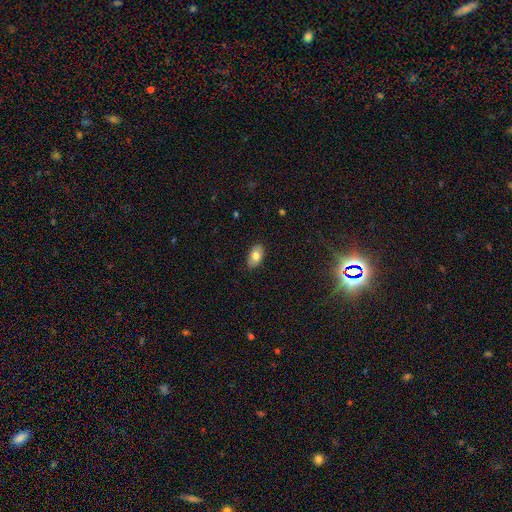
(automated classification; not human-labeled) A smooth galaxy with no disk features (78%) that is in between round and cigar-shaped (93%). Merging: none (85%).